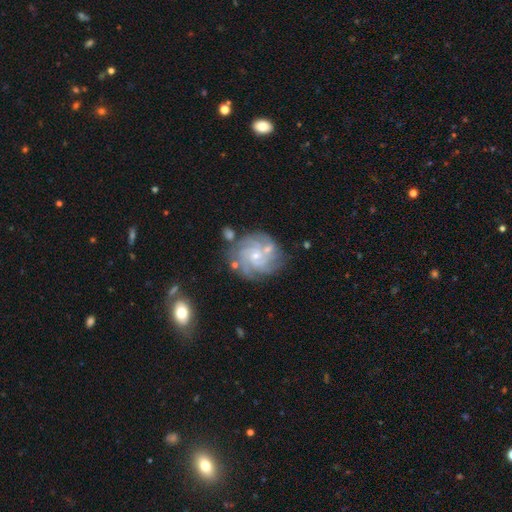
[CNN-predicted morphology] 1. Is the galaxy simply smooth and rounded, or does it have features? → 85% featured or disk, 9% smooth, 6% star or artifact.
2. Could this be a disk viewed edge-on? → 98% no, 2% yes.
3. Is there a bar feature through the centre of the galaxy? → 75% no, 21% weak, 4% strong.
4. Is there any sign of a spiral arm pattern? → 96% yes, 4% no.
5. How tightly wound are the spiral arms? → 69% tight, 26% medium, 5% loose.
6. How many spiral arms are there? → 37% 4, 22% 3, 19% can't tell, 9% more than 4, 8% 2, 5% 1.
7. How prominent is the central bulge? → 77% small, 19% moderate, 2% none, 1% large, 1% dominant.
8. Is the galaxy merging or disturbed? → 63% none, 17% minor disturbance, 13% merger, 7% major disturbance.